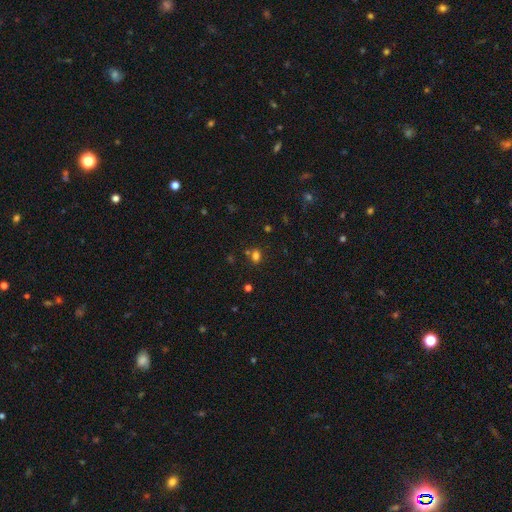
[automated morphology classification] Q: Smooth or featured?
A: smooth (73%); runner-up: star or artifact (20%)
Q: How rounded?
A: in between (61%); runner-up: round (37%)
Q: Merging?
A: none (68%); runner-up: merger (16%)